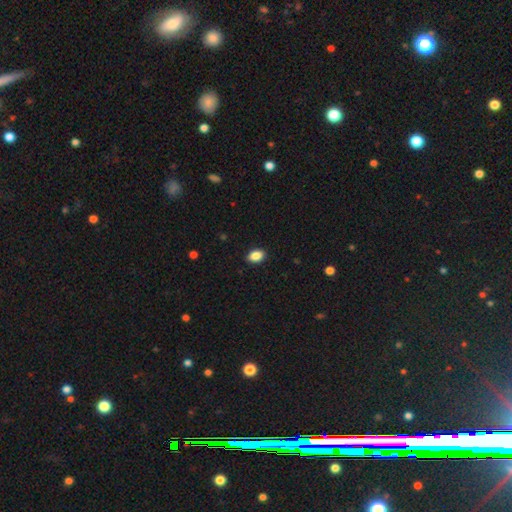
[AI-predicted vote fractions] Overall: smooth (88%). How rounded: in between (87%). Merging: none (90%).